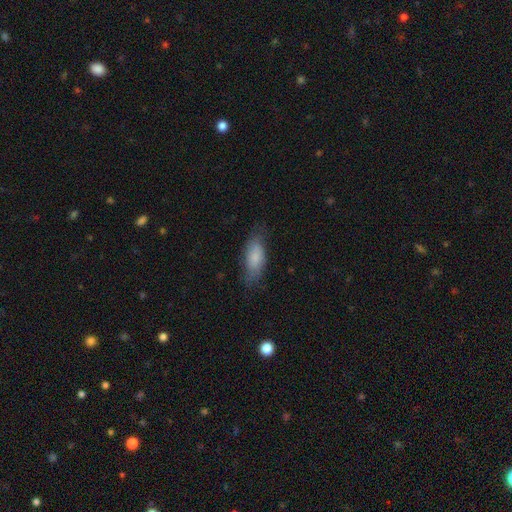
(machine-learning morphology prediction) smooth-or-featured: smooth: 78% | featured or disk: 16% | star or artifact: 7%
  how-rounded: in between: 78% | cigar-shaped: 19% | round: 2%
  merging: none: 70% | minor disturbance: 22% | major disturbance: 7% | merger: 1%